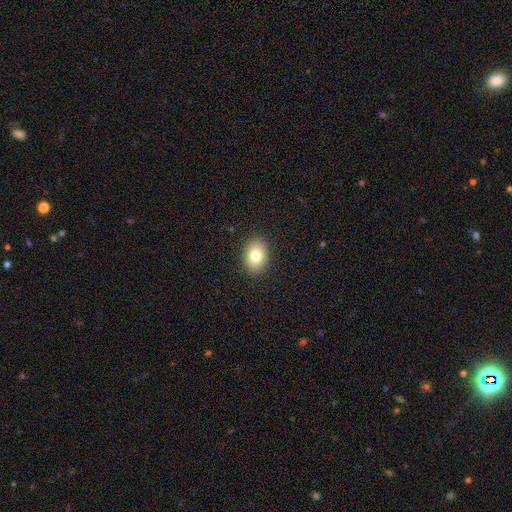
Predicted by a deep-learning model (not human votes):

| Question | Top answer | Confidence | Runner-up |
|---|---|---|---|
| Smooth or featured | smooth | 80% | featured or disk (11%) |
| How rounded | in between | 74% | round (25%) |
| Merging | none | 89% | minor disturbance (8%) |